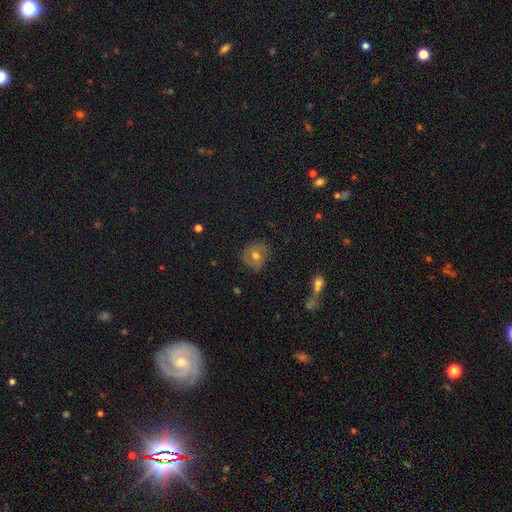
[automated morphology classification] Overall: smooth (47%; featured or disk 40%). Merging: none (74%).